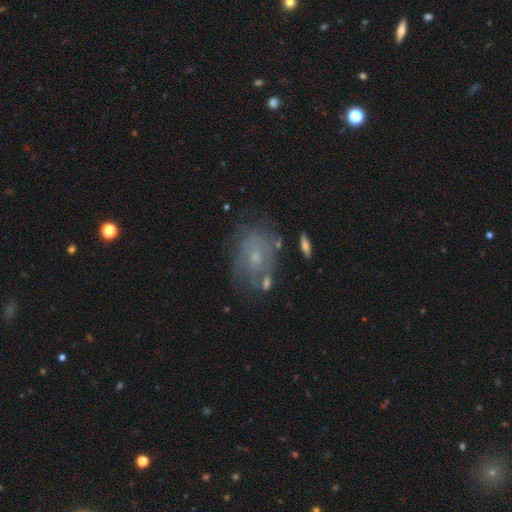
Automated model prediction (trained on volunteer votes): Overall: featured or disk (52%; smooth 33%). Edge-on disk: no (96%). Merging: none (60%; minor disturbance 21%).